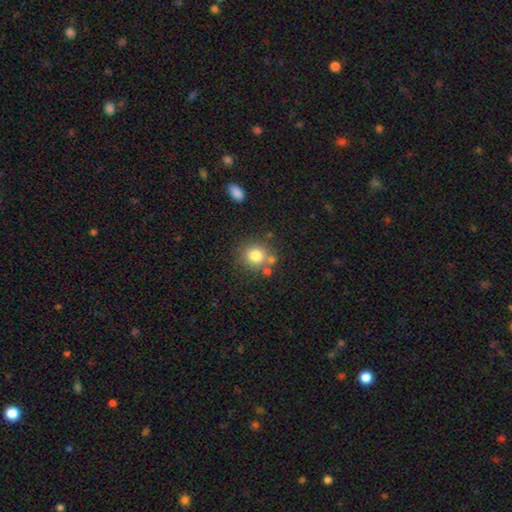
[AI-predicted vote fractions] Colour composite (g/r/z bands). It shows a smooth galaxy with no disk features (79%) that is round (86%). Merging: none (69%).